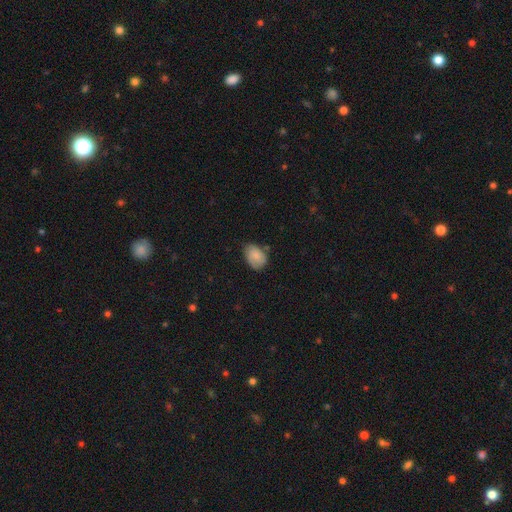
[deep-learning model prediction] Smooth or featured?
  - smooth: 80% *
  - featured or disk: 13%
  - star or artifact: 7%
How rounded?
  - in between: 79% *
  - round: 20%
  - cigar-shaped: 1%
Merging?
  - none: 61% *
  - minor disturbance: 30%
  - major disturbance: 6%
  - merger: 3%